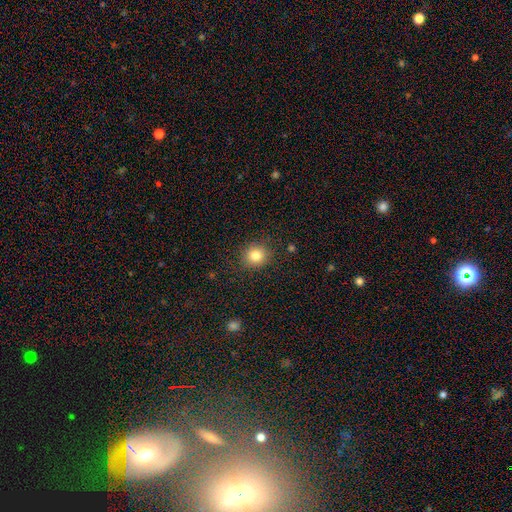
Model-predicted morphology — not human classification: This is clearly a smooth galaxy (82%). How rounded: clearly round (84%). Merging: clearly none (88%).